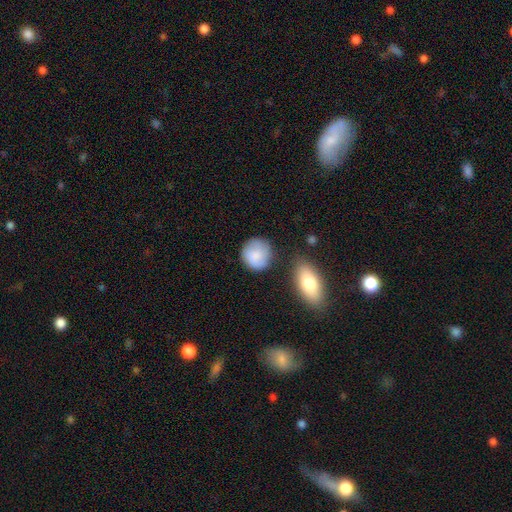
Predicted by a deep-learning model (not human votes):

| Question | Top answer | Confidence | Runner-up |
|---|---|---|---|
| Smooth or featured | smooth | 82% | featured or disk (11%) |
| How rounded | round | 89% | in between (10%) |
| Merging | none | 68% | minor disturbance (20%) |